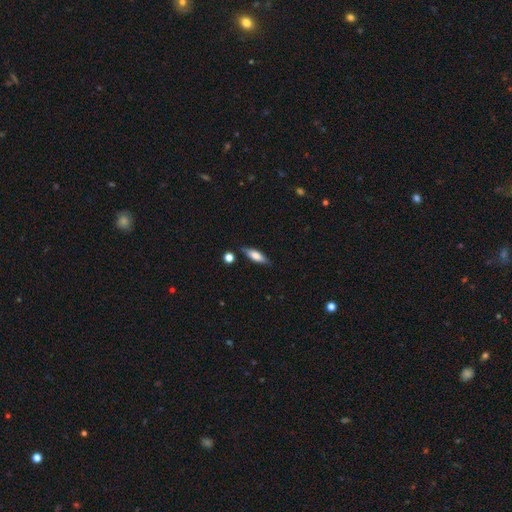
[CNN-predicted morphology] Overall: smooth (68%). How rounded: in between (52%; cigar-shaped 45%). Merging: none (80%).